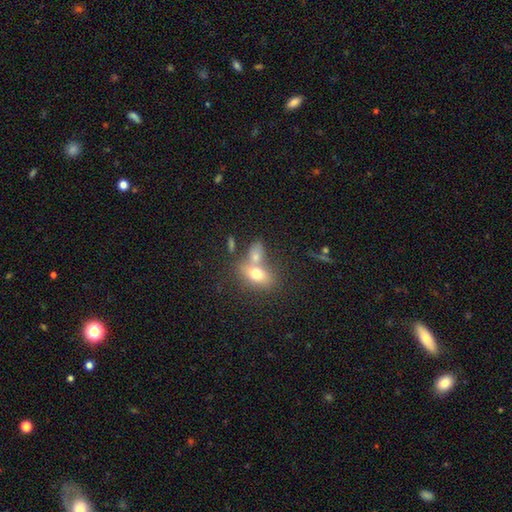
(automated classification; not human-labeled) Smooth or featured?
  - smooth: 71% *
  - featured or disk: 19%
  - star or artifact: 10%
How rounded?
  - in between: 79% *
  - round: 15%
  - cigar-shaped: 6%
Merging?
  - merger: 52% *
  - none: 34%
  - minor disturbance: 9%
  - major disturbance: 5%